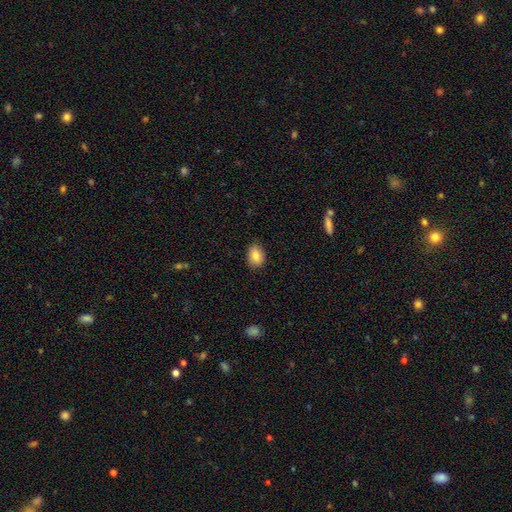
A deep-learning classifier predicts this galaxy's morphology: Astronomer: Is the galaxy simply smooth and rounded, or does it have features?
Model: smooth — 84%.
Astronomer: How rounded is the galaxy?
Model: in between — 76%.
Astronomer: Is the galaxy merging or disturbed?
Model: none — 86%.